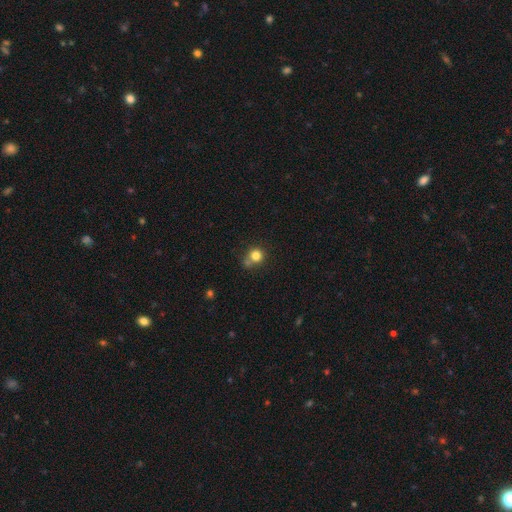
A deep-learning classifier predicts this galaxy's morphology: This is clearly a smooth galaxy (80%). How rounded: clearly round (88%). Merging: possibly none (59%).